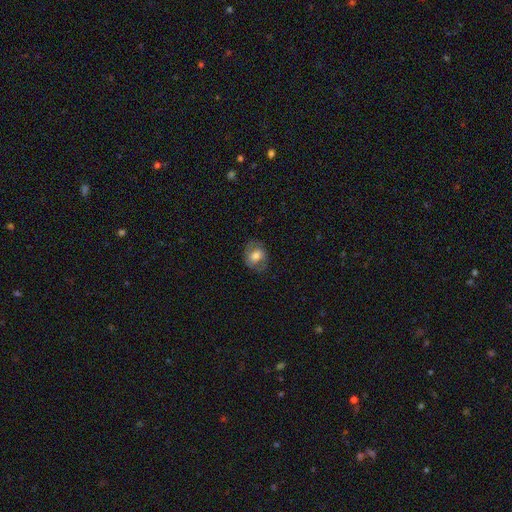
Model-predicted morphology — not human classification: Smooth or featured? smooth (49%)
Merging? none (71%)